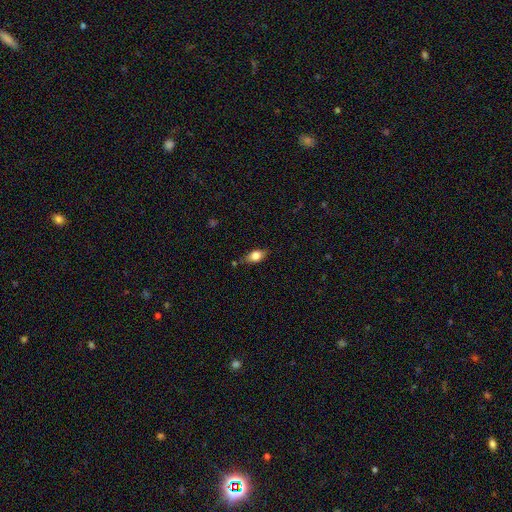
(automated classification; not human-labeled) A smooth galaxy with no disk features (76%) that is in between round and cigar-shaped (84%). Merging: none (74%).